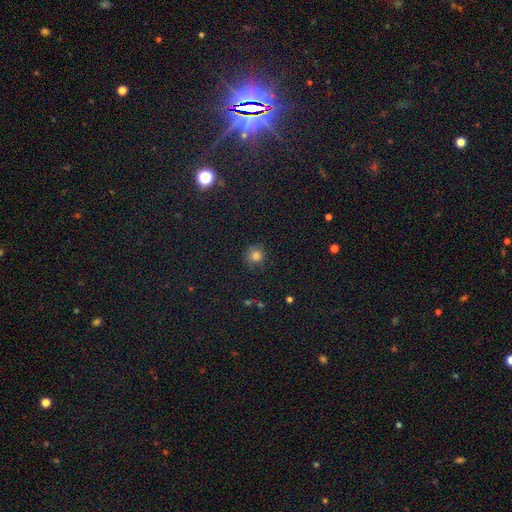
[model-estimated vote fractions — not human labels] A smooth galaxy with no disk features (81%) that is round (90%). Merging: none (79%).